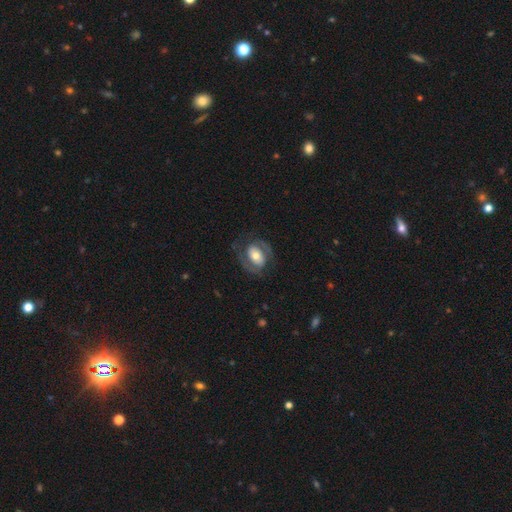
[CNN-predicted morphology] The model was most divided on "bar": no: 45%, weak: 32%, strong: 23%. Remaining: edge-on disk — no (96%); spiral arm count — 2 (87%); spiral arms — yes (81%); merging — none (72%); smooth or featured — featured or disk (70%); bulge size — moderate (64%); spiral winding — medium (49%).